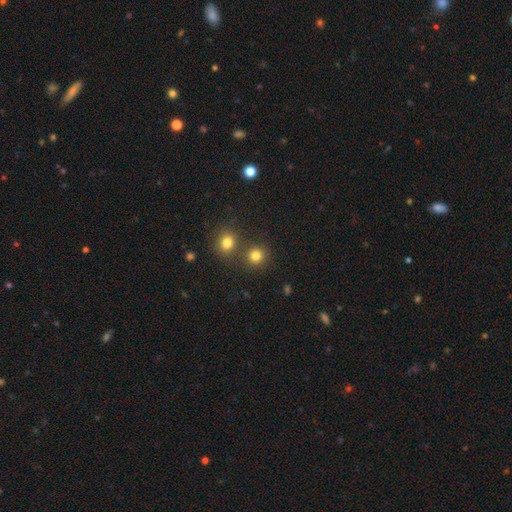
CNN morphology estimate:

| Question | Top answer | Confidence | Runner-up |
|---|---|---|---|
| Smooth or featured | smooth | 79% | star or artifact (15%) |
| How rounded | round | 89% | in between (10%) |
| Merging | none | 72% | merger (19%) |